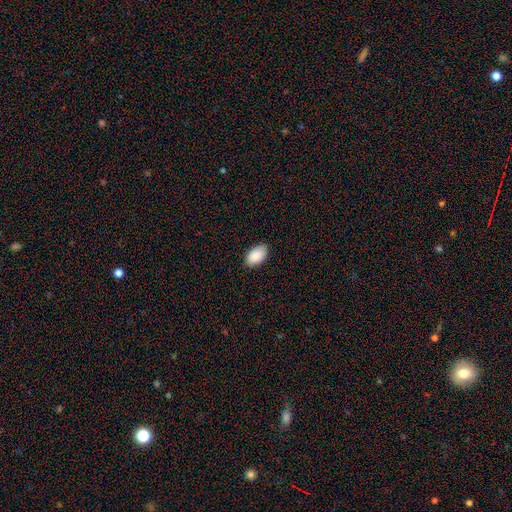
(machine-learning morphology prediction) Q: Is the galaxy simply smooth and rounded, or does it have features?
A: smooth — 90%.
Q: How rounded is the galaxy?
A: in between — 94%.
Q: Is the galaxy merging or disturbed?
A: none — 81%.